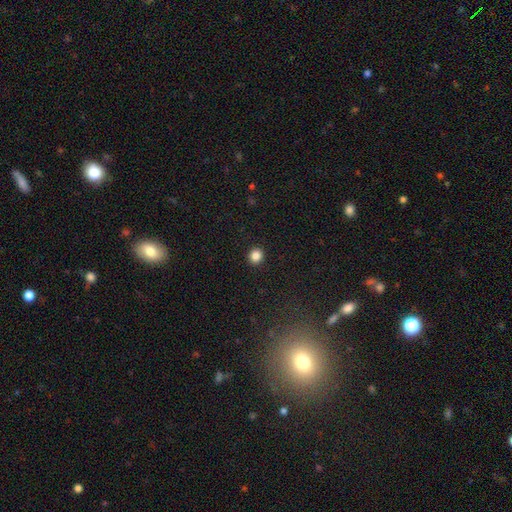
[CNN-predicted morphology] smooth-or-featured: smooth: 86% | star or artifact: 11% | featured or disk: 4%
  how-rounded: round: 88% | in between: 11% | cigar-shaped: 1%
  merging: none: 93% | minor disturbance: 5% | major disturbance: 2% | merger: 1%